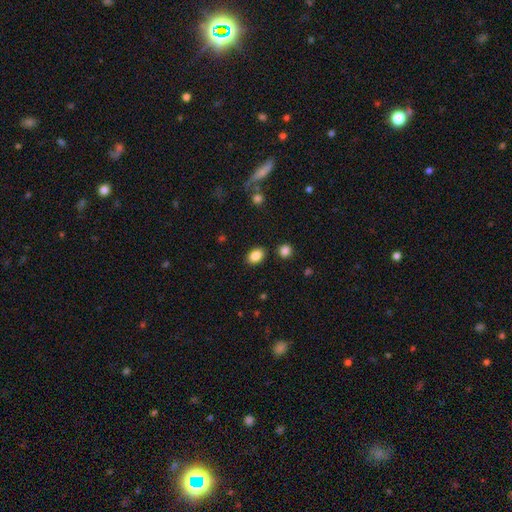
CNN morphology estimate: Smooth or featured: smooth — 86% (star or artifact — 9%)
How rounded: in between — 80% (round — 19%)
Merging: none — 84% (minor disturbance — 10%)